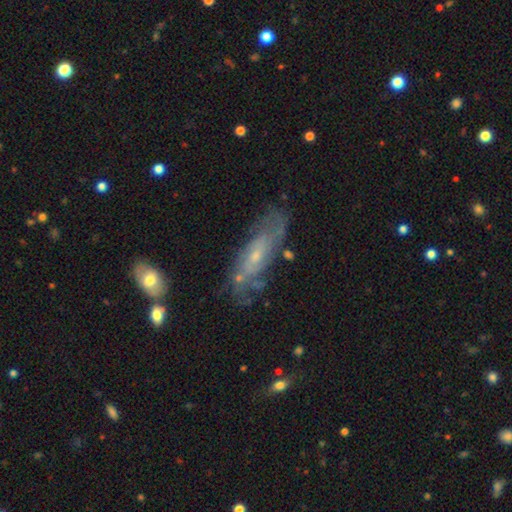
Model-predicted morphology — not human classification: The model was most divided on "bulge size": small: 64%, moderate: 29%, none: 3%, large: 2%, dominant: 1%. More confident: edge-on disk — no (81%); spiral arms — yes (77%); smooth or featured — featured or disk (70%); bar — no (65%); merging — none (63%).